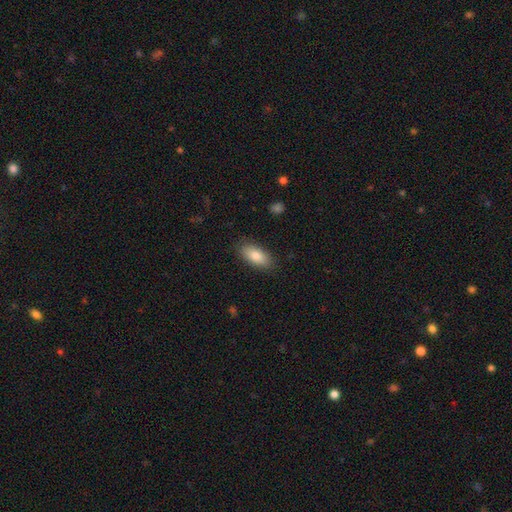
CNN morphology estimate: A smooth galaxy with no disk features (82%) that is in between round and cigar-shaped (88%). Merging: none (87%).